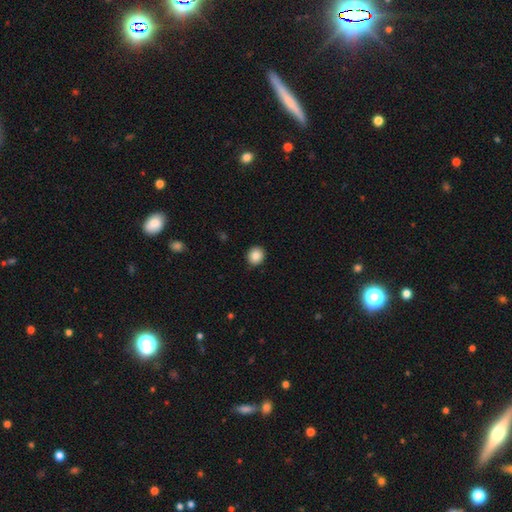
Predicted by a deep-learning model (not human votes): smooth 87%, star or artifact 9%, featured or disk 4%. Down the decision tree: how rounded — round (84%); merging — none (90%).